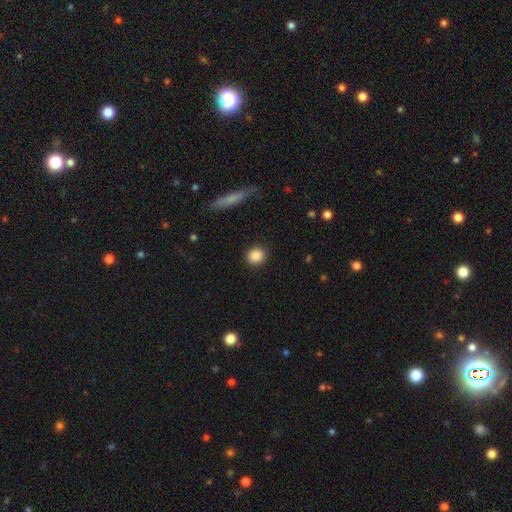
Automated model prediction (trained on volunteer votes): Q: Smooth or featured?
A: smooth (87%); runner-up: star or artifact (8%)
Q: How rounded?
A: round (86%); runner-up: in between (12%)
Q: Merging?
A: none (91%); runner-up: minor disturbance (6%)